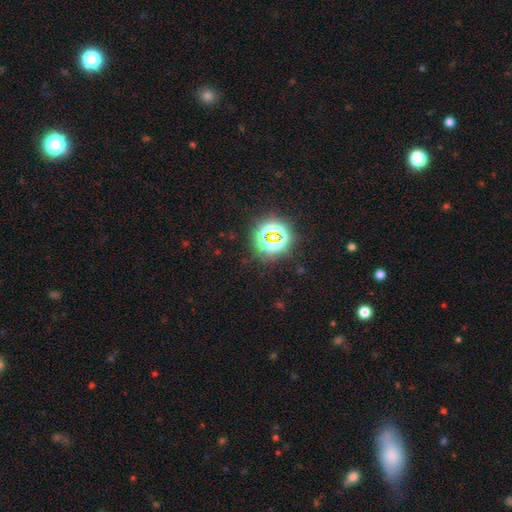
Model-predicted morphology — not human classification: Smooth or featured? star or artifact (78%)